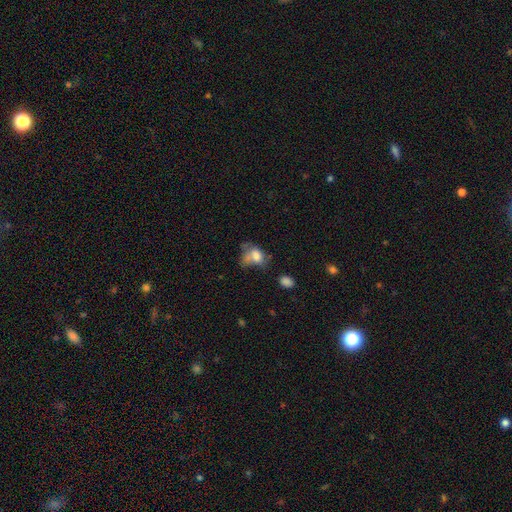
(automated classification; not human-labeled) This is likely a smooth galaxy (67%). How rounded: likely in between (78%). Merging: marginally major disturbance (27%).